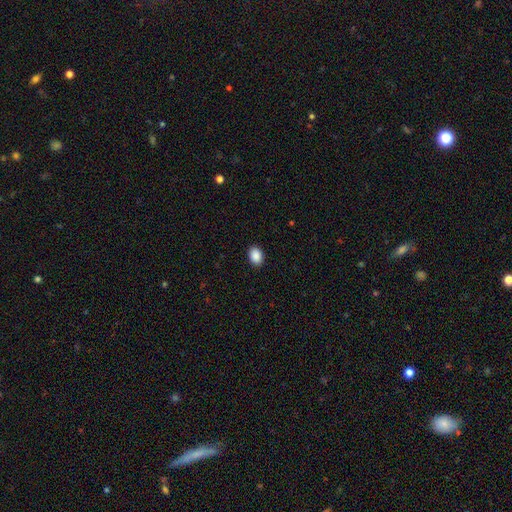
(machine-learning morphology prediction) A smooth galaxy with no disk features (90%) that is in between round and cigar-shaped (72%).

Vote fractions:
- Smooth or featured? smooth: 90% / star or artifact: 8% / featured or disk: 2%
- How rounded? in between: 72% / round: 27% / cigar-shaped: 1%
- Merging? none: 91% / minor disturbance: 7% / major disturbance: 2% / merger: 1%